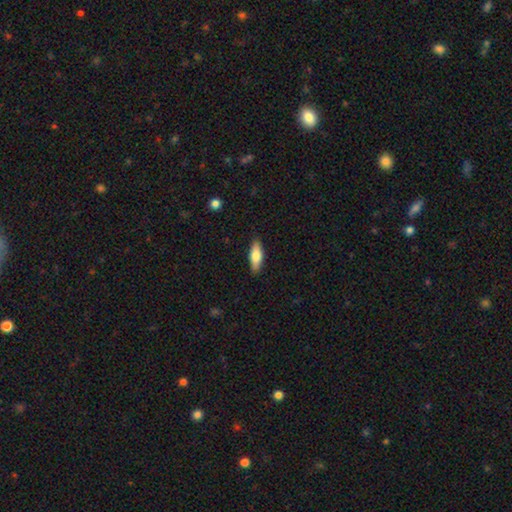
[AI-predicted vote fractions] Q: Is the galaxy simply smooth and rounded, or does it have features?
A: smooth — 72%.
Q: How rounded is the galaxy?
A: in between — 57%.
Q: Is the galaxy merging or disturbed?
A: none — 89%.